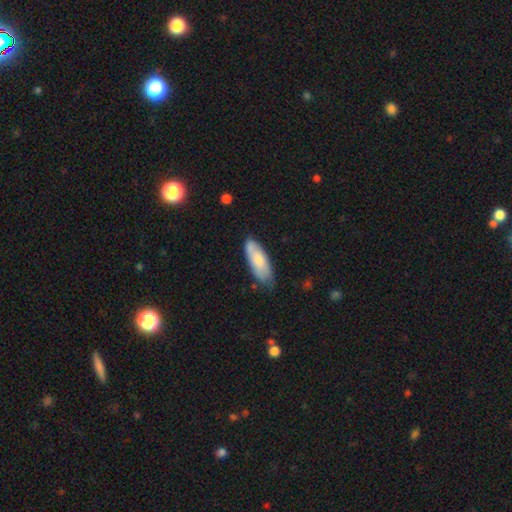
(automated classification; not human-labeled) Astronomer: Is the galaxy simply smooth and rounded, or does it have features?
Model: smooth — 67%.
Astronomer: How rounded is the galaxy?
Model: in between — 68%.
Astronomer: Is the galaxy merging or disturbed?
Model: none — 74%.